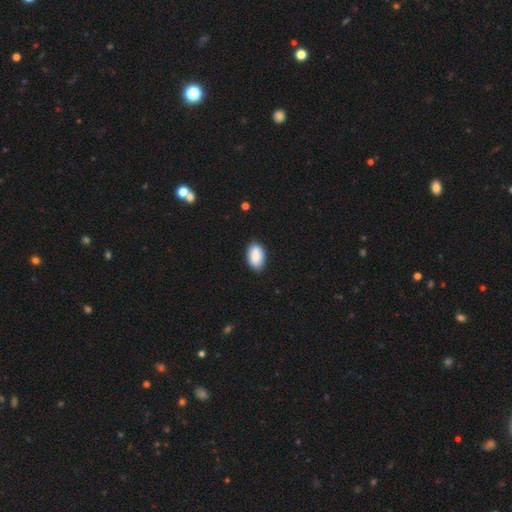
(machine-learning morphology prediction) The model was most divided on "merging": none: 86%, minor disturbance: 11%, major disturbance: 2%, merger: 1%. More confident: how rounded — in between (94%); smooth or featured — smooth (89%).